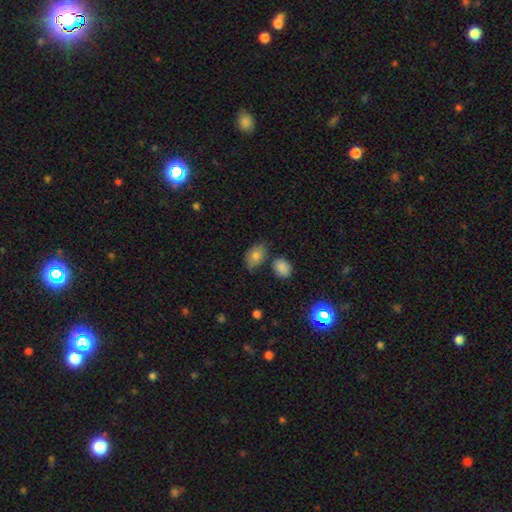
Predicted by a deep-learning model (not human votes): A smooth galaxy with no disk features (77%) that is in between round and cigar-shaped (81%).

Vote fractions:
- Smooth or featured? smooth: 77% / featured or disk: 13% / star or artifact: 10%
- How rounded? in between: 81% / round: 17% / cigar-shaped: 2%
- Merging? none: 57% / minor disturbance: 27% / merger: 9% / major disturbance: 7%